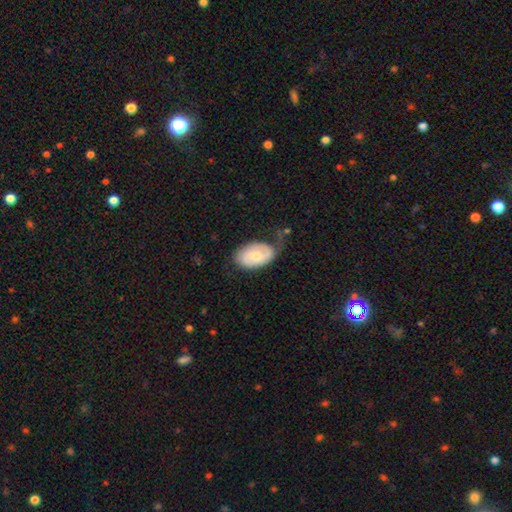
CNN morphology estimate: A smooth galaxy with no disk features (48%). Merging: none (49%).